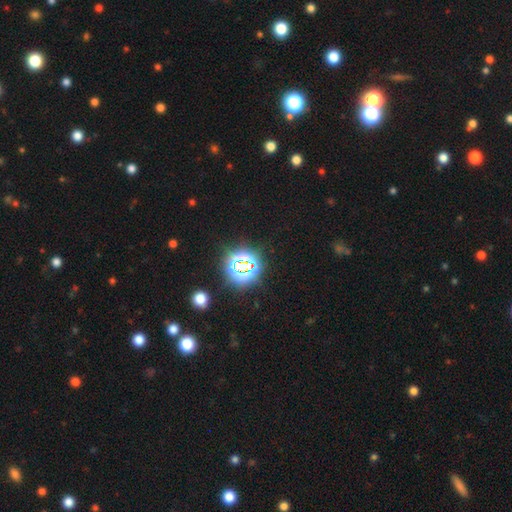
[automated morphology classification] Smooth or featured? Predicted: star or artifact (p=0.77).